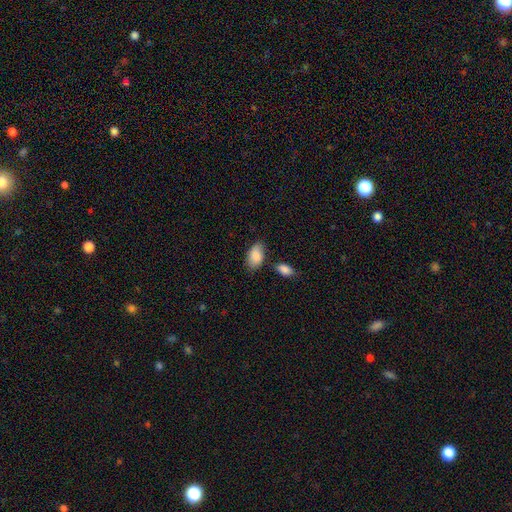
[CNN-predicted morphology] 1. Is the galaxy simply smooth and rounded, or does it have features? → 87% smooth, 7% featured or disk, 6% star or artifact.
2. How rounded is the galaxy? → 93% in between, 5% round, 2% cigar-shaped.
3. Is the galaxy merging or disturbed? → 68% none, 19% minor disturbance, 8% merger, 4% major disturbance.